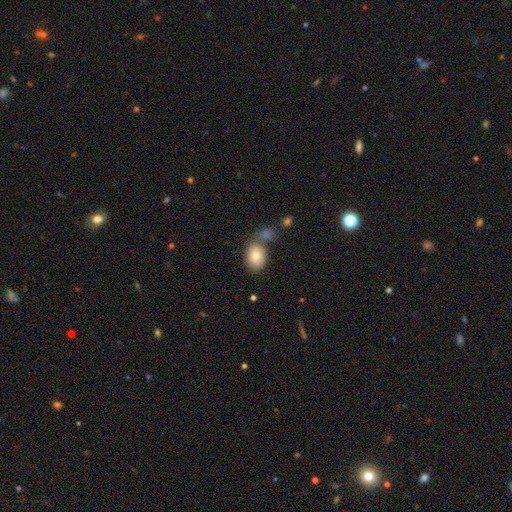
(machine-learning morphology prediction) Overall: smooth (79%). How rounded: in between (79%). Merging: none (54%; merger 27%).